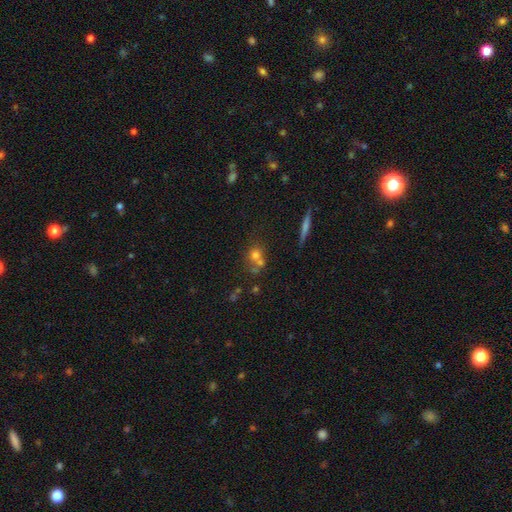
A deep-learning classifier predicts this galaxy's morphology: A smooth galaxy with no disk features (61%) that is round (74%). Merging: merger (45%).